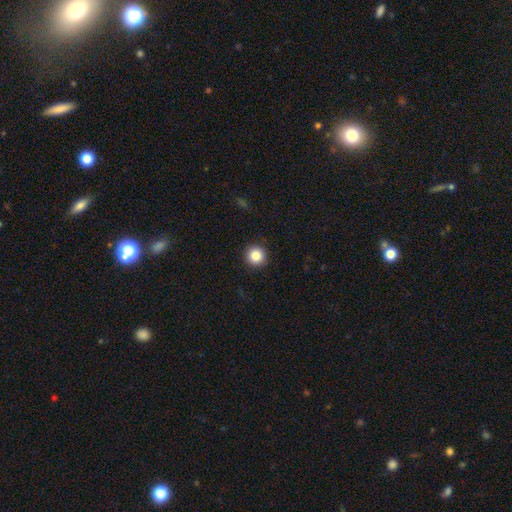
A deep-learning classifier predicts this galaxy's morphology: Smooth or featured?
  - smooth: 85% *
  - star or artifact: 10%
  - featured or disk: 5%
How rounded?
  - round: 96% *
  - in between: 3%
  - cigar-shaped: 1%
Merging?
  - none: 93% *
  - minor disturbance: 4%
  - major disturbance: 2%
  - merger: 1%